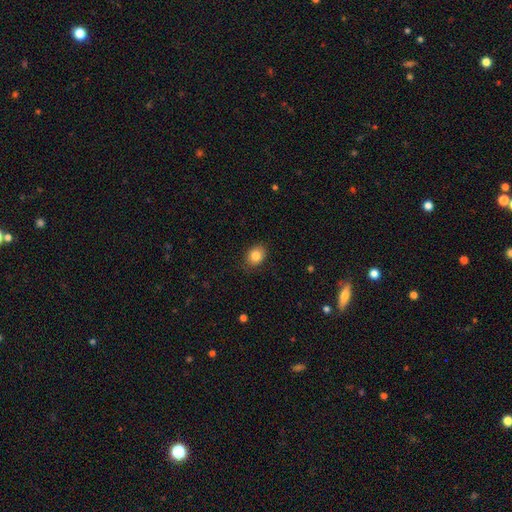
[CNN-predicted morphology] type=smooth (83%); roundness=in between (55%); merging=none (84%).